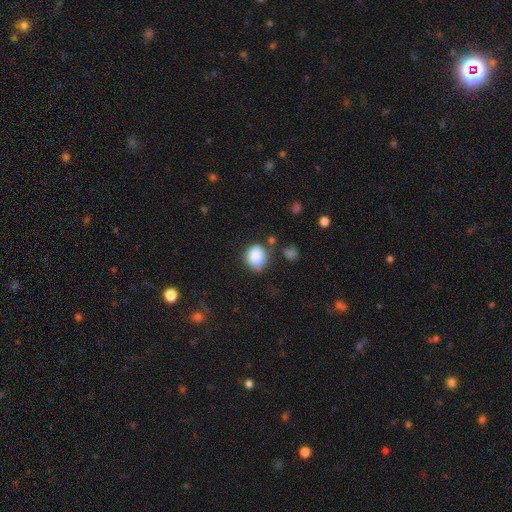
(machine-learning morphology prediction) Q: Smooth or featured?
A: smooth (86%); runner-up: star or artifact (9%)
Q: How rounded?
A: round (65%); runner-up: in between (34%)
Q: Merging?
A: none (65%); runner-up: minor disturbance (21%)